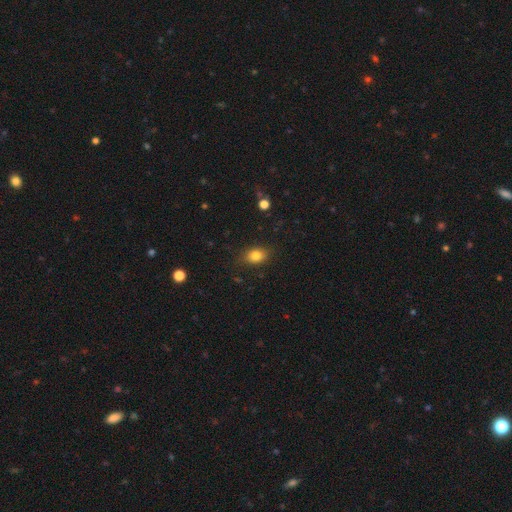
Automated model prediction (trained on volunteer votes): Overall: smooth (82%). How rounded: in between (72%). Merging: none (83%).